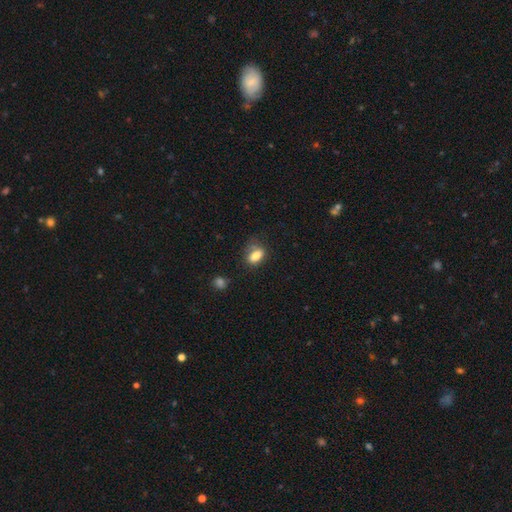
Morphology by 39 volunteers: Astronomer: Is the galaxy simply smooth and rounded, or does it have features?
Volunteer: smooth — 82%.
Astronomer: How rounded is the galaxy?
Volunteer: in between — 72%.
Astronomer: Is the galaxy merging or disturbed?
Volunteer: none — 60%.